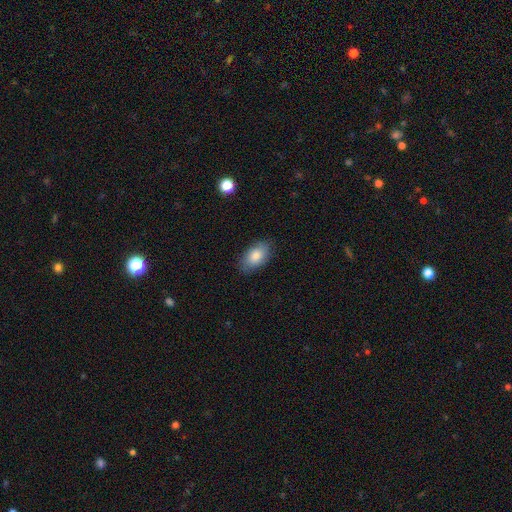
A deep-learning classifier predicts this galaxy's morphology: smooth_or_featured: smooth (p=0.83) [alt: featured or disk p=0.10]
how_rounded: in between (p=0.92) [alt: round p=0.06]
merging: none (p=0.84) [alt: minor disturbance p=0.12]